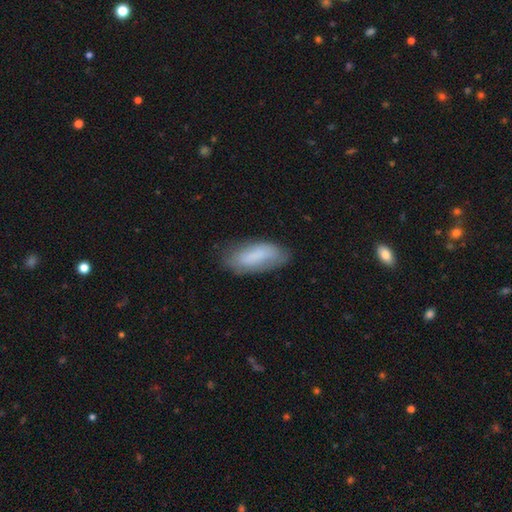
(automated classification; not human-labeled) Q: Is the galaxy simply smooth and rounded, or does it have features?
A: smooth — 74%.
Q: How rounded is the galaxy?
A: in between — 81%.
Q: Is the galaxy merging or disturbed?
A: none — 67%.